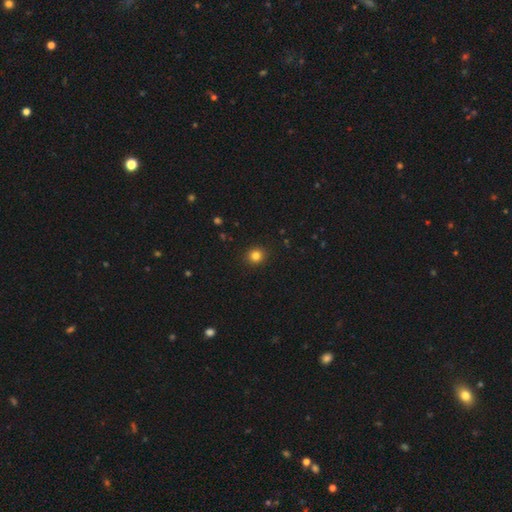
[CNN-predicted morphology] A smooth galaxy with no disk features (82%) that is round (90%).

Vote fractions:
- Smooth or featured? smooth: 82% / star or artifact: 13% / featured or disk: 5%
- How rounded? round: 90% / in between: 9% / cigar-shaped: 1%
- Merging? none: 92% / minor disturbance: 5% / major disturbance: 2% / merger: 1%